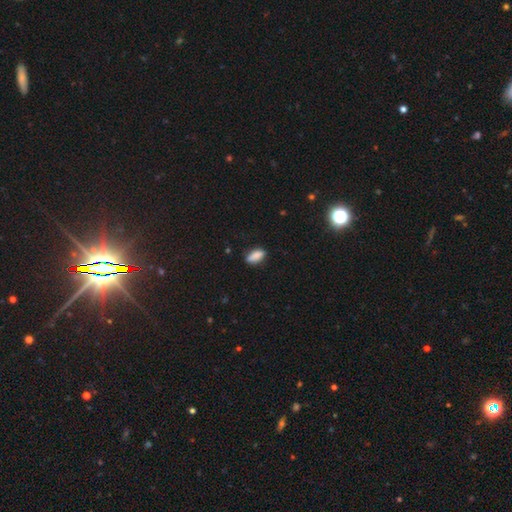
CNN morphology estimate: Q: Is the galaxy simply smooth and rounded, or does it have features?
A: smooth — 84%.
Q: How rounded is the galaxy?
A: in between — 78%.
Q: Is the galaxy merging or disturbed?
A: none — 78%.